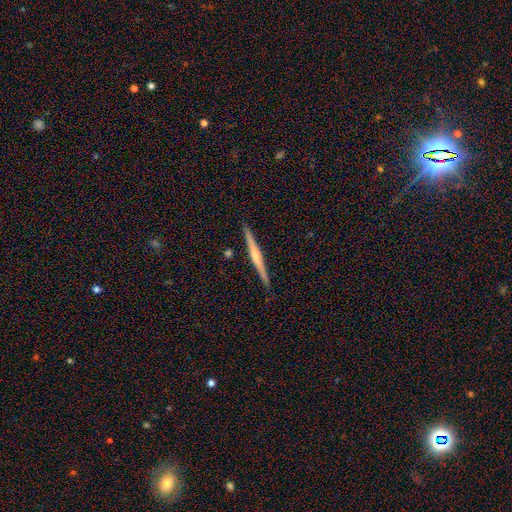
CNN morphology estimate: type=featured or disk (71%); edge-on=yes (98%); edge-on bulge=rounded (66%); merging=none (91%).